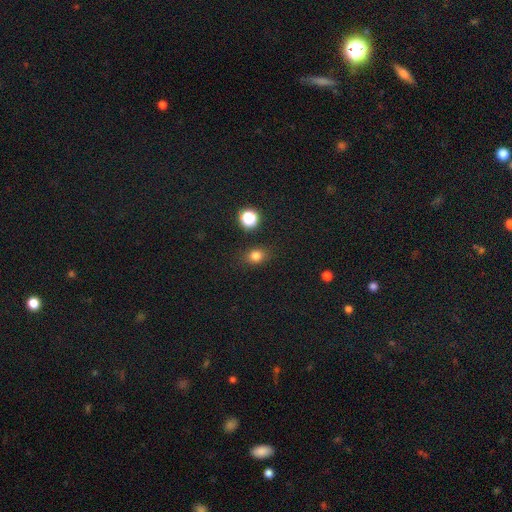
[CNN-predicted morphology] Smooth or featured? smooth (79%)
How rounded? round (57%)
Merging? none (84%)